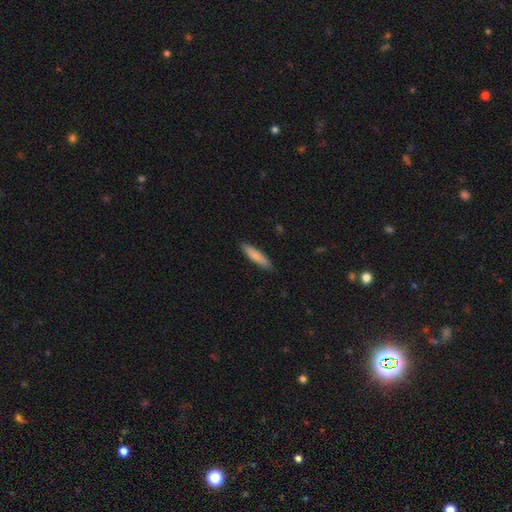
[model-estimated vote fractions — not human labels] smooth-or-featured: smooth: 82% | featured or disk: 12% | star or artifact: 5%
  how-rounded: cigar-shaped: 79% | in between: 20% | round: 1%
  merging: none: 88% | minor disturbance: 10% | major disturbance: 2% | merger: 1%